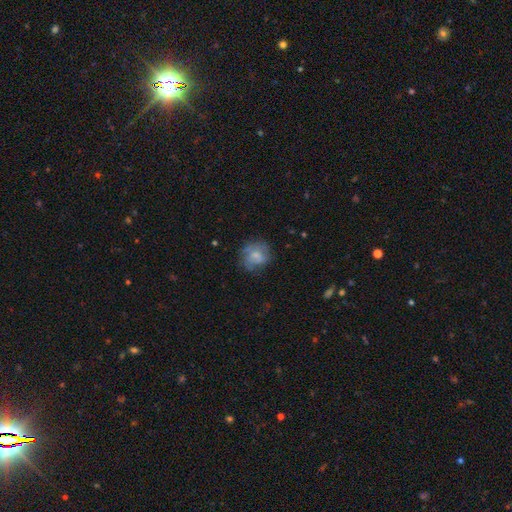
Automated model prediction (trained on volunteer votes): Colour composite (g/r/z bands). It shows a smooth galaxy with no disk features (55%) that is round (73%). Merging: none (60%).